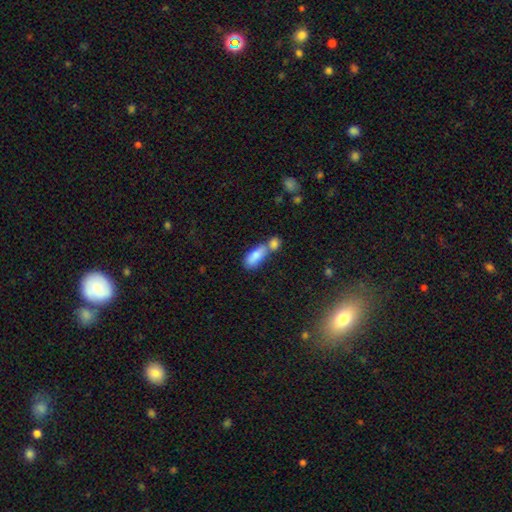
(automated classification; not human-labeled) Morphology: type=smooth (82%); roundness=in between (74%); merging=merger (55%).